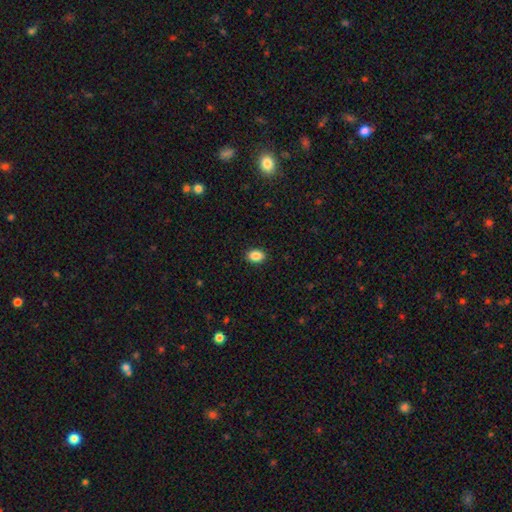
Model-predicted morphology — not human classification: Smooth or featured? Predicted: smooth (p=0.88). How rounded? Predicted: in between (p=0.76). Merging? Predicted: none (p=0.90).